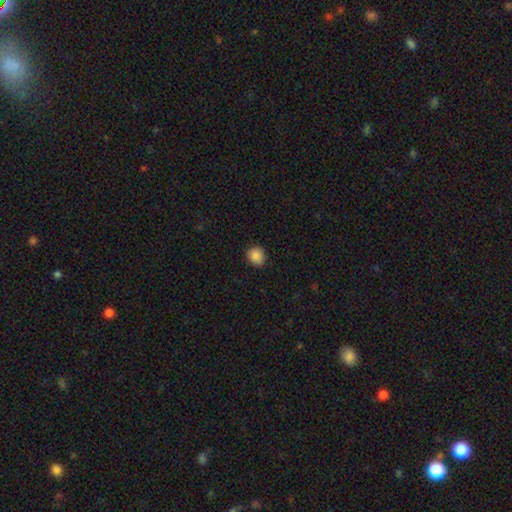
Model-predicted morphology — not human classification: Smooth or featured?
  - smooth: 86% *
  - star or artifact: 9%
  - featured or disk: 4%
How rounded?
  - round: 78% *
  - in between: 21%
  - cigar-shaped: 1%
Merging?
  - none: 86% *
  - minor disturbance: 10%
  - major disturbance: 2%
  - merger: 1%